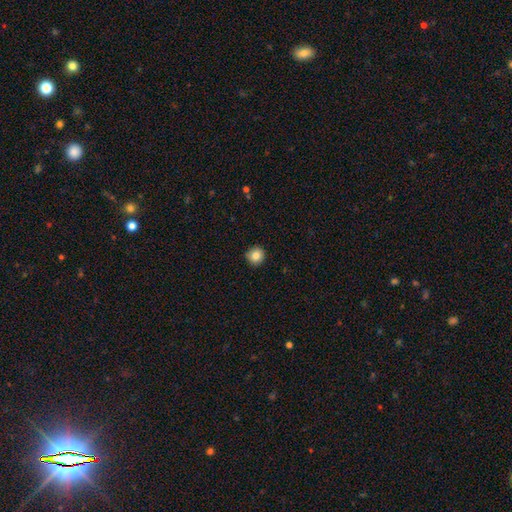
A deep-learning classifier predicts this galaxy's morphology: type=smooth (83%); roundness=round (92%); merging=none (89%).